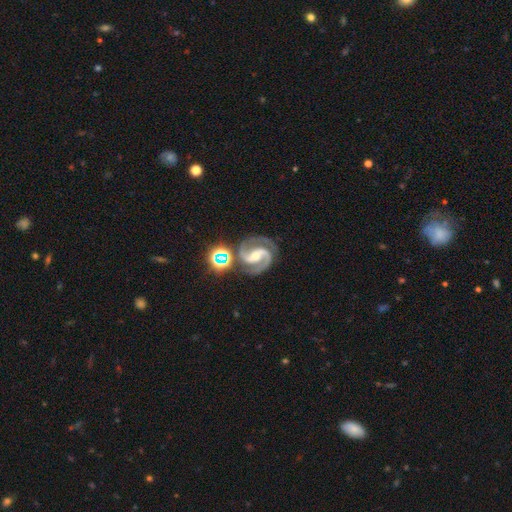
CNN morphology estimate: This appears to be a featured or disk galaxy (91%) with a strong bar (42%), 2 (92%) medium (61%) spiral arms (99%) and a moderate central bulge (50%). Merging: none (75%).